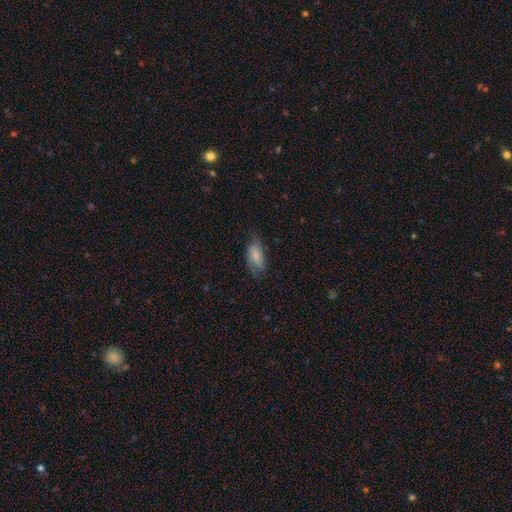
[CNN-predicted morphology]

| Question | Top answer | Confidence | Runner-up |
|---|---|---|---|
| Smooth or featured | smooth | 69% | featured or disk (23%) |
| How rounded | in between | 88% | cigar-shaped (8%) |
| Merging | none | 58% | minor disturbance (30%) |